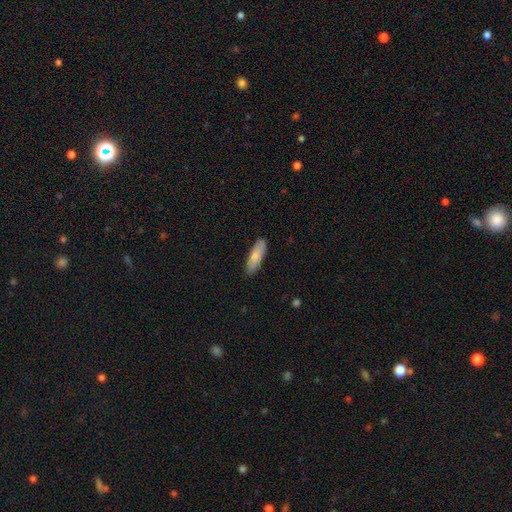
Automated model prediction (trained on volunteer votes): Morphology: type=smooth (84%); roundness=in between (52%); merging=none (86%).